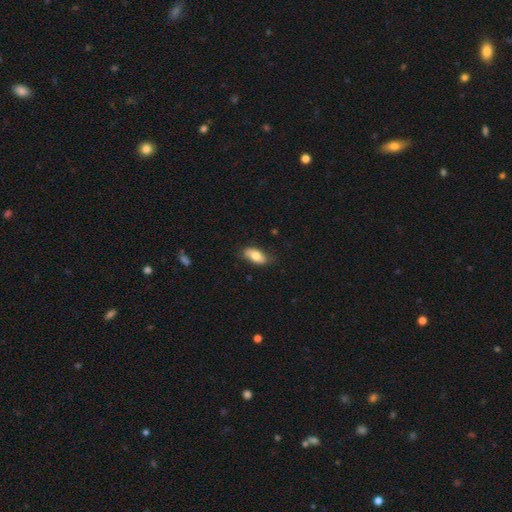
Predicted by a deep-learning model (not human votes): smooth-or-featured: smooth: 76% | featured or disk: 17% | star or artifact: 6%
  how-rounded: in between: 89% | cigar-shaped: 7% | round: 3%
  merging: none: 78% | minor disturbance: 18% | major disturbance: 3% | merger: 1%